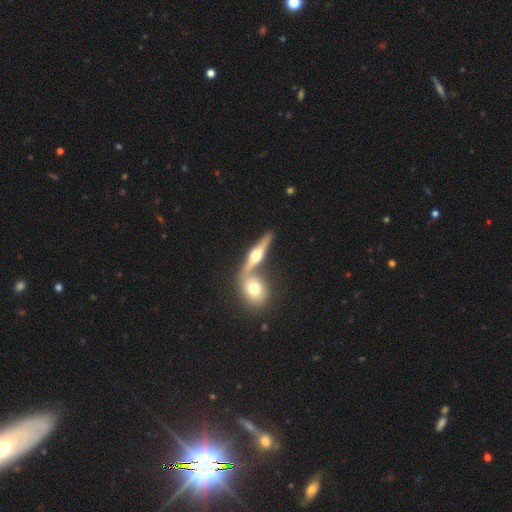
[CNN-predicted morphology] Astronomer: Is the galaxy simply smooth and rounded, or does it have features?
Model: featured or disk — 70%.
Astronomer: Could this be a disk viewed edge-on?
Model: yes — 93%.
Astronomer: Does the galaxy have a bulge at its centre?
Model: rounded — 95%.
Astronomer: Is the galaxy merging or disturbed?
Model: none — 59%.